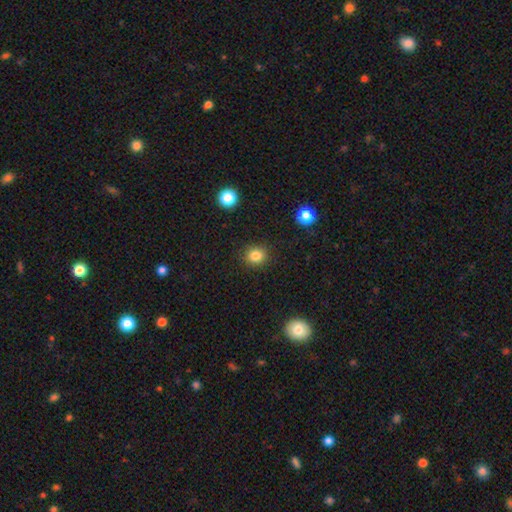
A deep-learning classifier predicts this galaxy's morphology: smooth 83%, star or artifact 12%, featured or disk 5%. Down the decision tree: how rounded — round (83%); merging — none (90%).